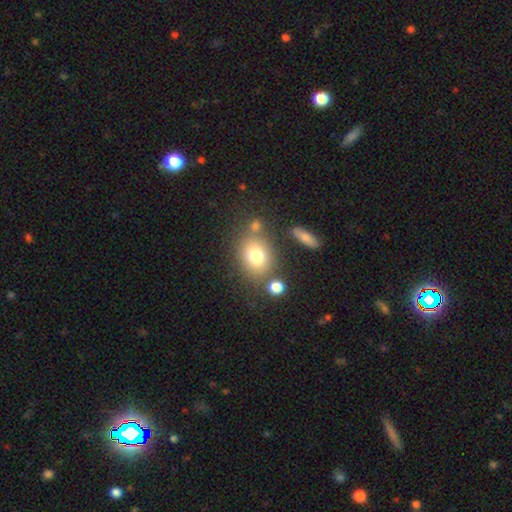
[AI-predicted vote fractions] Smooth or featured?
  - smooth: 75% *
  - featured or disk: 13%
  - star or artifact: 11%
How rounded?
  - in between: 52% *
  - round: 47%
  - cigar-shaped: 1%
Merging?
  - none: 68% *
  - merger: 13%
  - minor disturbance: 13%
  - major disturbance: 6%